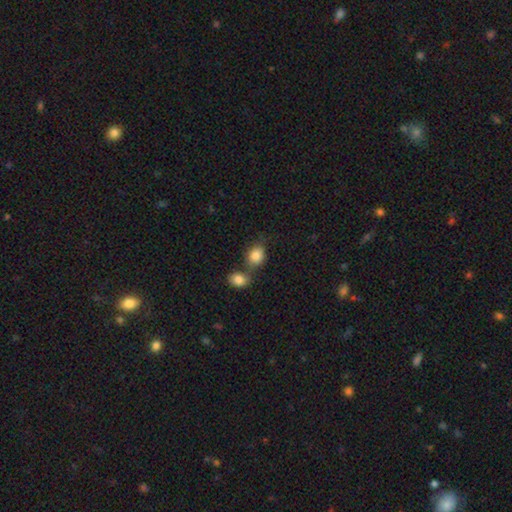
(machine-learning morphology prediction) A smooth galaxy with no disk features (84%) that is in between round and cigar-shaped (50%). Merging: none (47%).